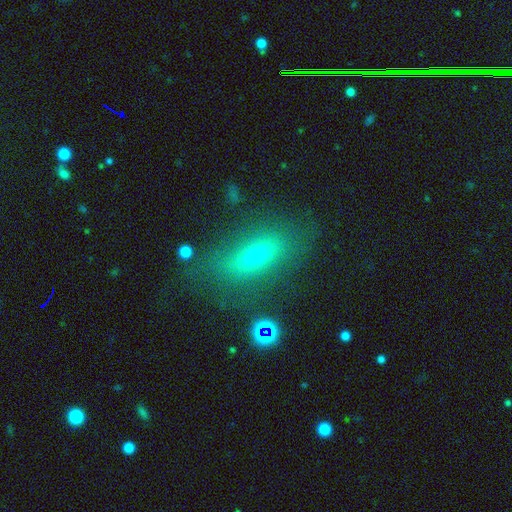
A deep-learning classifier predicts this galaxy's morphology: The model was most divided on "smooth or featured": smooth: 54%, featured or disk: 29%, star or artifact: 17%. More confident: merging — none (72%); how rounded — in between (63%).